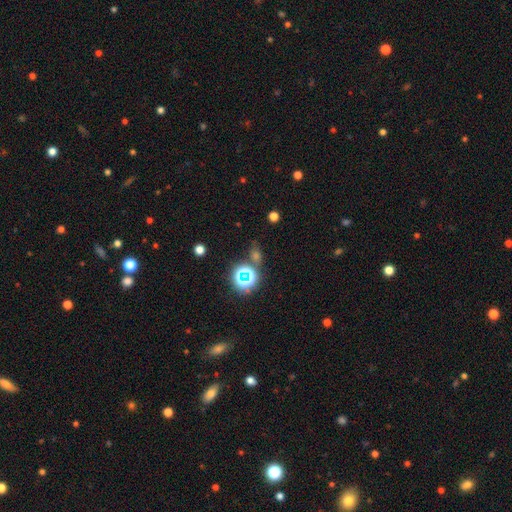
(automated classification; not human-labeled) Overall: star or artifact (59%; smooth 31%).